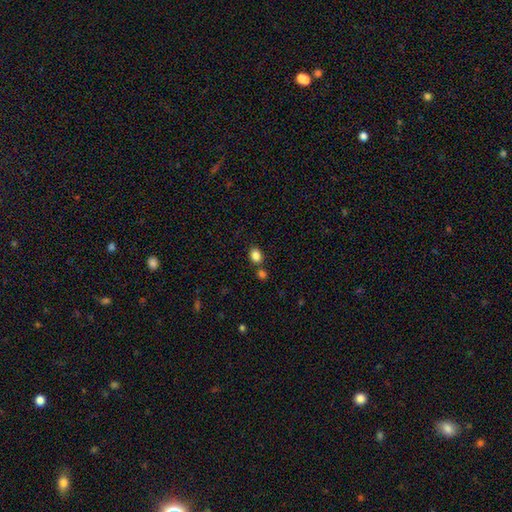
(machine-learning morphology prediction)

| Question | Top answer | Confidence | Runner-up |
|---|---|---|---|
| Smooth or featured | smooth | 84% | star or artifact (11%) |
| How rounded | in between | 50% | round (49%) |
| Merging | none | 72% | merger (15%) |